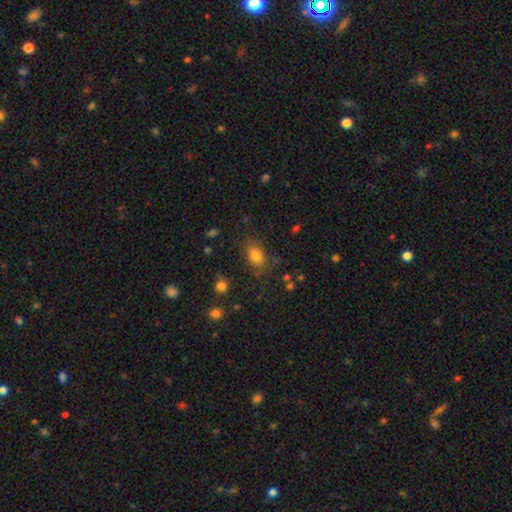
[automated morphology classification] A smooth galaxy with no disk features (79%) that is in between round and cigar-shaped (76%).

Vote fractions:
- Smooth or featured? smooth: 79% / star or artifact: 12% / featured or disk: 9%
- How rounded? in between: 76% / round: 21% / cigar-shaped: 2%
- Merging? none: 75% / minor disturbance: 16% / major disturbance: 6% / merger: 3%